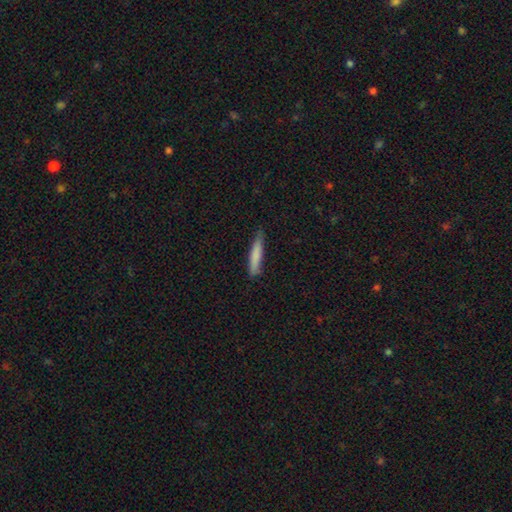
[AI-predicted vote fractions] This is likely a smooth galaxy (80%). How rounded: clearly cigar-shaped (89%). Merging: likely none (78%).